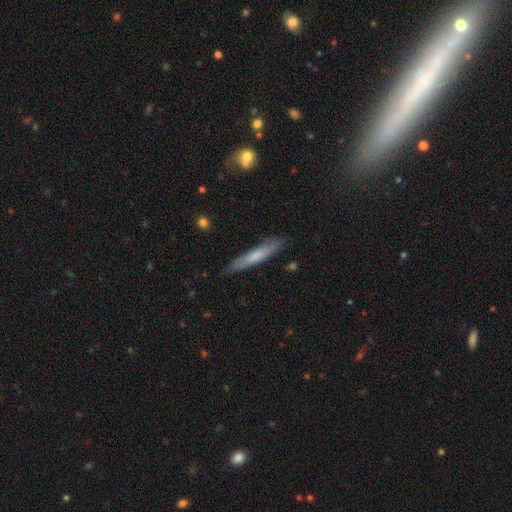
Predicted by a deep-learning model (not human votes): smooth_or_featured: smooth (p=0.59) [alt: featured or disk p=0.35]
how_rounded: cigar-shaped (p=0.92) [alt: in between p=0.06]
merging: none (p=0.84) [alt: minor disturbance p=0.12]